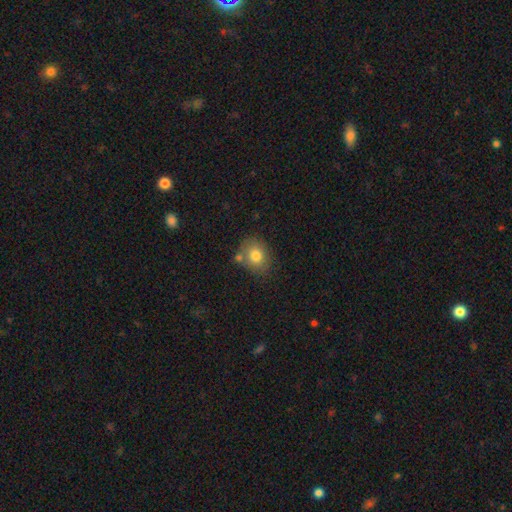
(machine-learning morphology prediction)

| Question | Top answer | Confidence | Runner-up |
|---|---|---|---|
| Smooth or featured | smooth | 79% | featured or disk (12%) |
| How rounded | round | 62% | in between (37%) |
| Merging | none | 65% | minor disturbance (16%) |